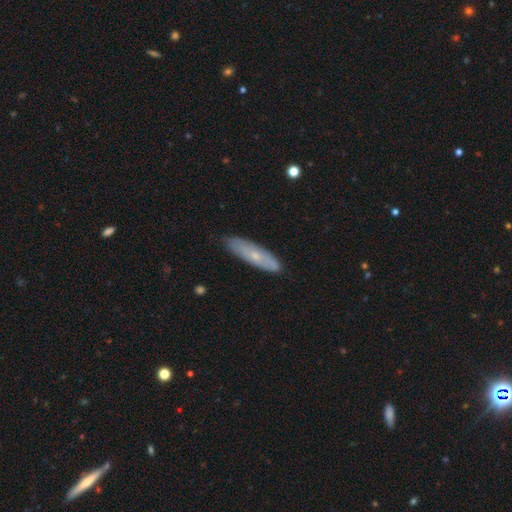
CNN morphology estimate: This is possibly a smooth galaxy (50%). Merging: clearly none (84%).